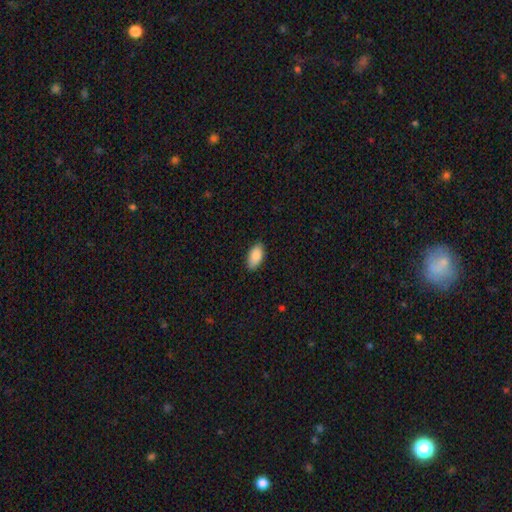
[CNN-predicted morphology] Overall: smooth (88%). How rounded: in between (94%). Merging: none (85%).